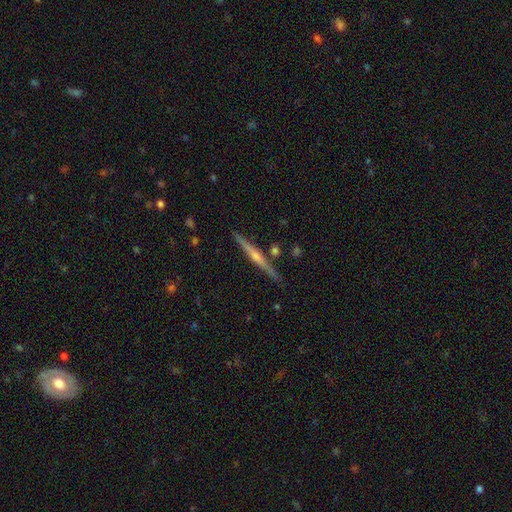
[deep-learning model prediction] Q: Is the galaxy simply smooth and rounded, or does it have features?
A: featured or disk — 74%.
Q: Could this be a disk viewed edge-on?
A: yes — 98%.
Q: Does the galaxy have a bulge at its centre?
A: rounded — 72%.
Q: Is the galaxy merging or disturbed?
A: none — 88%.